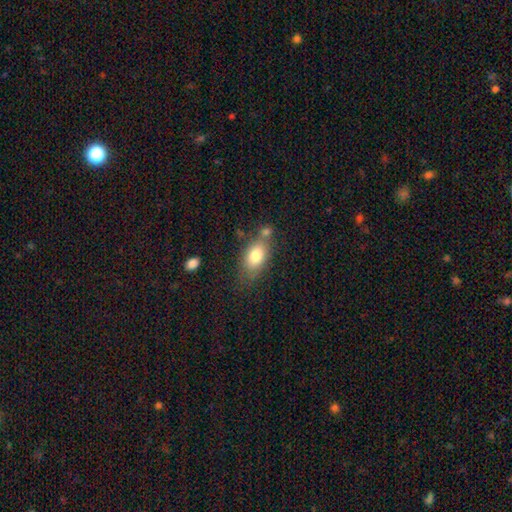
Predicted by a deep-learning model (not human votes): Smooth or featured: smooth — 77% (featured or disk — 15%)
How rounded: in between — 87% (round — 9%)
Merging: none — 57% (merger — 20%)